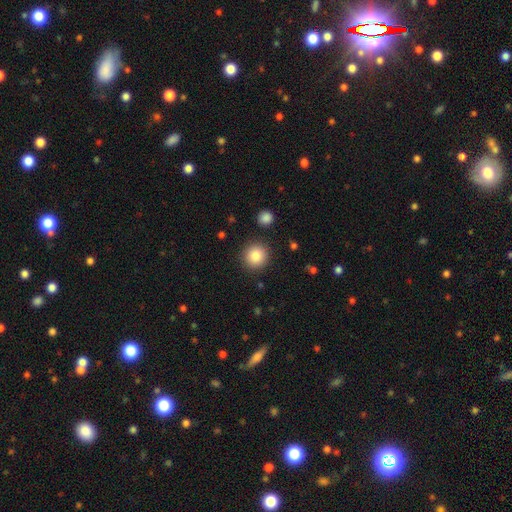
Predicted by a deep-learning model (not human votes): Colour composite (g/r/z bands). It shows a smooth galaxy with no disk features (84%) that is round (93%). Merging: none (89%).